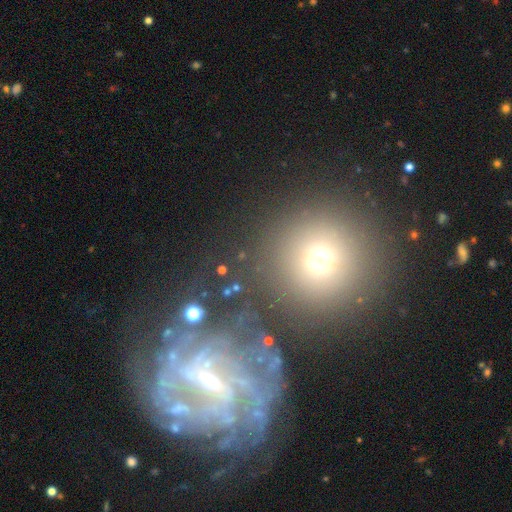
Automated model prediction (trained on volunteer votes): A featured or disk galaxy (48%). Merging: none (72%).